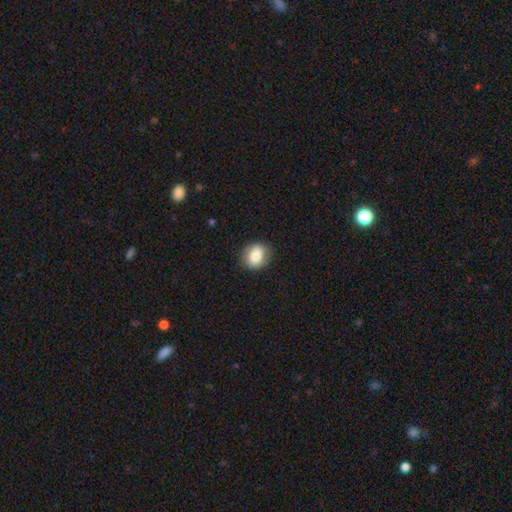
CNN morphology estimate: type=smooth (84%); roundness=round (50%); merging=none (84%).